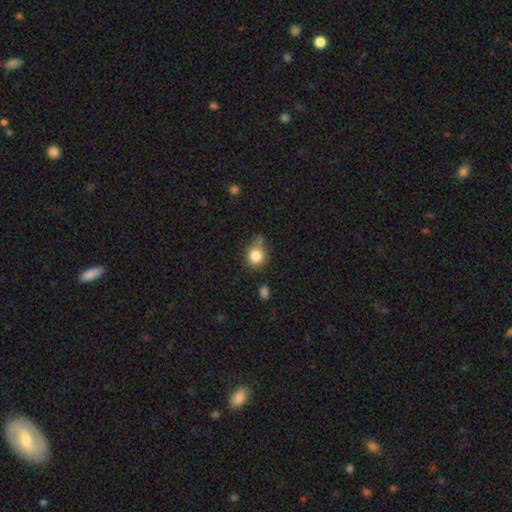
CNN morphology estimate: This is clearly a smooth galaxy (82%). How rounded: likely round (80%). Merging: possibly none (56%).